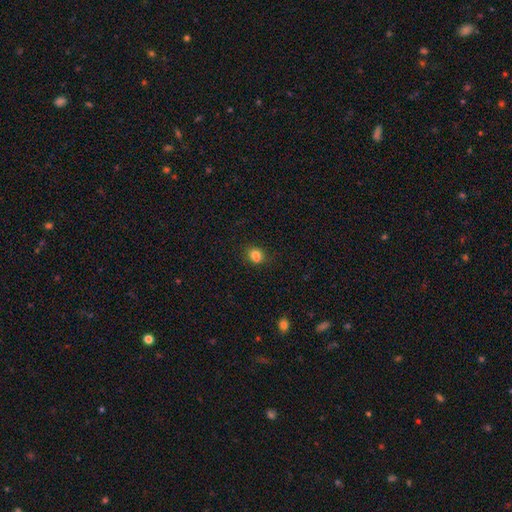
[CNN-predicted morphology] Q: Smooth or featured?
A: smooth (79%); runner-up: star or artifact (14%)
Q: How rounded?
A: round (50%); runner-up: in between (49%)
Q: Merging?
A: none (68%); runner-up: minor disturbance (16%)